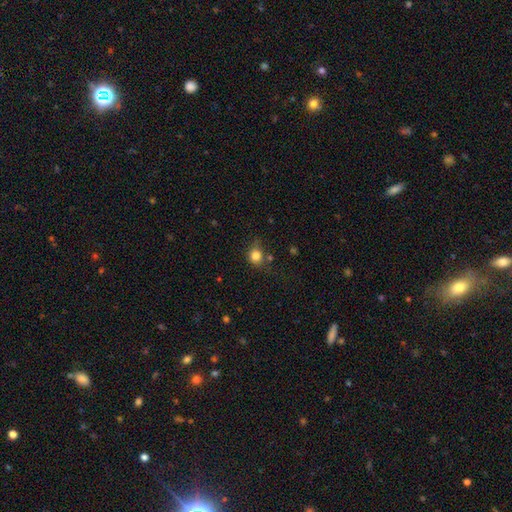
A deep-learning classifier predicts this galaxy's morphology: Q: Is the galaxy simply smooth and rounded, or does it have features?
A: smooth — 82%.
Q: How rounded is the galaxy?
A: round — 75%.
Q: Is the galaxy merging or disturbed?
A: none — 60%.